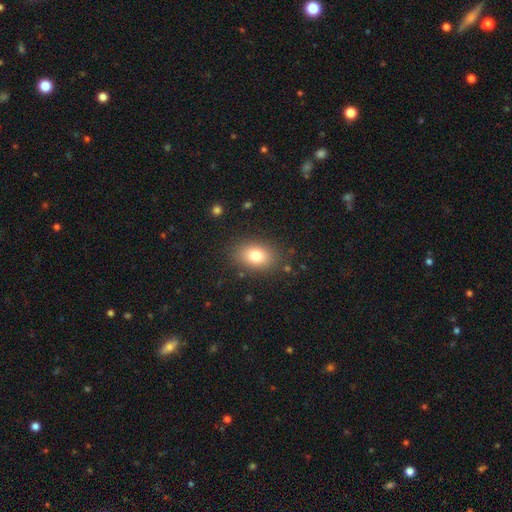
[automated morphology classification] A smooth galaxy with no disk features (79%) that is in between round and cigar-shaped (78%). Merging: none (84%).